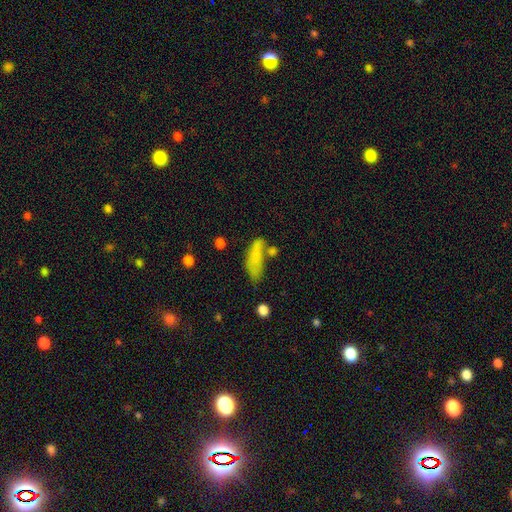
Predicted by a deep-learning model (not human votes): The model was most divided on "how rounded": in between: 53%, cigar-shaped: 44%, round: 4%. Remaining: smooth or featured — smooth (76%); merging — none (43%).